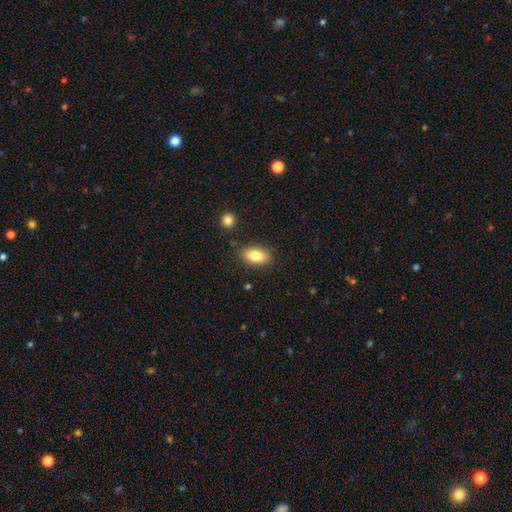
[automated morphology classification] A smooth galaxy with no disk features (82%) that is in between round and cigar-shaped (89%). Merging: none (83%).